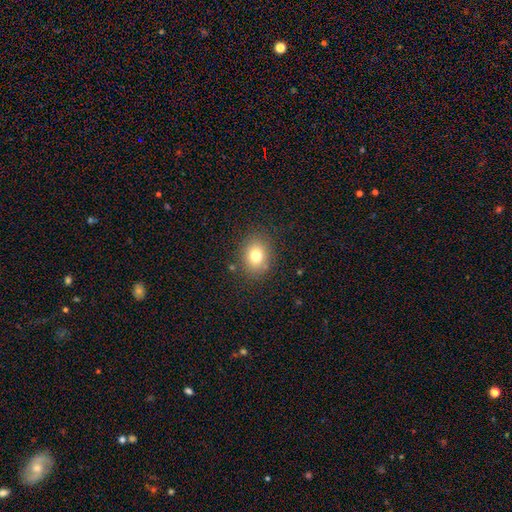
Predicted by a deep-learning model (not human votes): The model was most divided on "how rounded": round: 54%, in between: 45%, cigar-shaped: 1%. More confident: merging — none (84%); smooth or featured — smooth (77%).